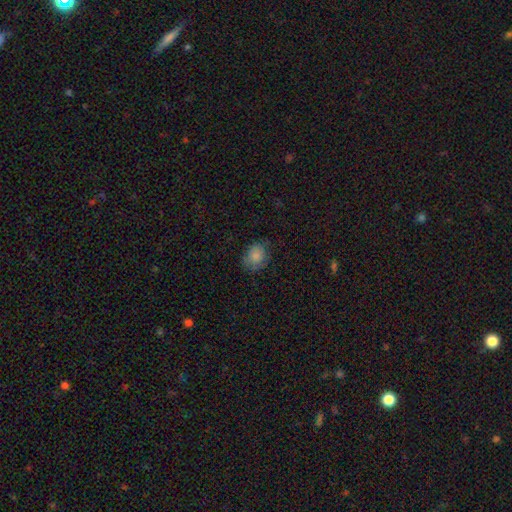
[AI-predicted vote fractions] Overall: smooth (84%). How rounded: round (51%; in between 48%). Merging: none (70%).